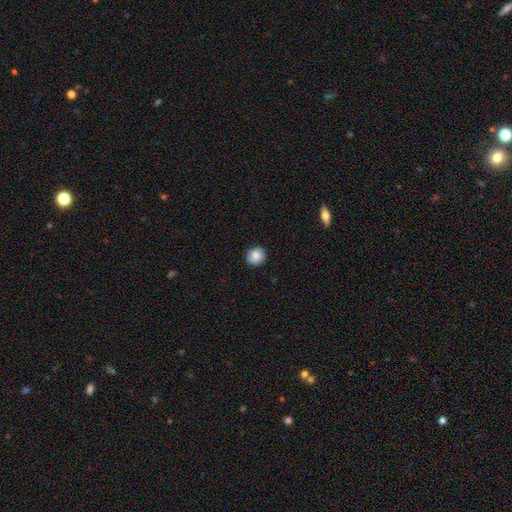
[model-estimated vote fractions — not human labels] smooth 82%, featured or disk 9%, star or artifact 9%. Down the decision tree: how rounded — round (87%); merging — none (88%).